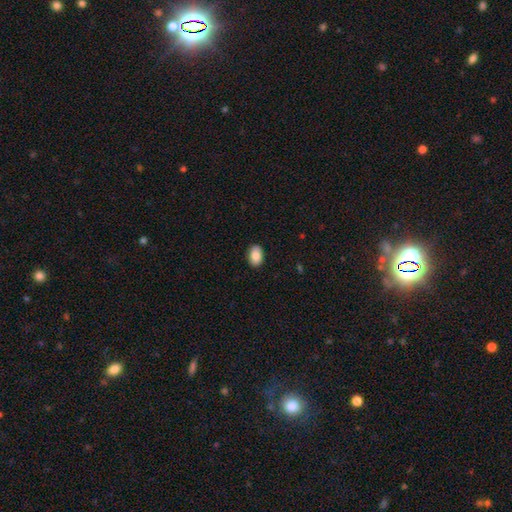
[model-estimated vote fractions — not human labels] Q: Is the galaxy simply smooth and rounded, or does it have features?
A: smooth — 86%.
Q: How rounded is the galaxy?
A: in between — 89%.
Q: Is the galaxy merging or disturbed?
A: none — 89%.